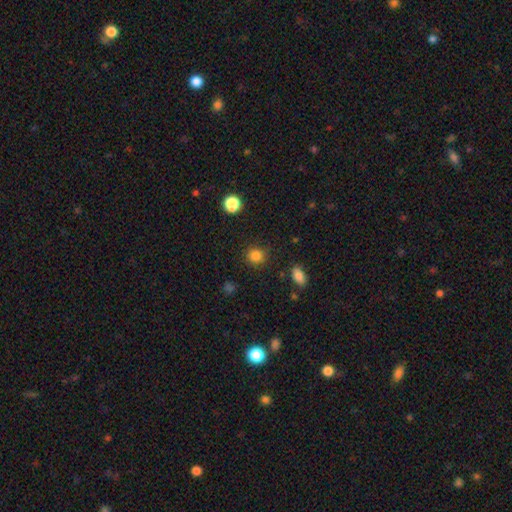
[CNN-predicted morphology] Smooth or featured? smooth (84%)
How rounded? round (86%)
Merging? none (87%)